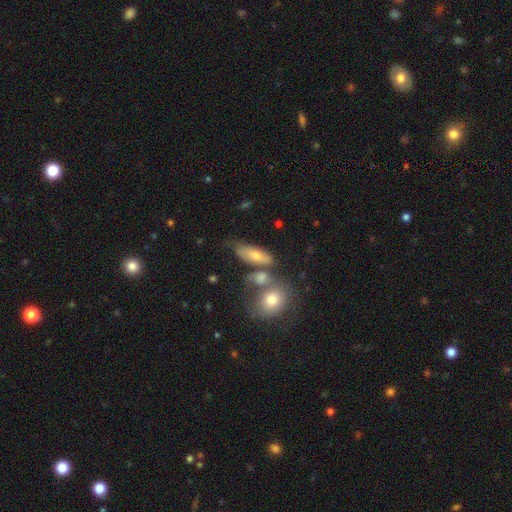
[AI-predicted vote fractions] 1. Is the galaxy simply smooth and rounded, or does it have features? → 69% smooth, 22% featured or disk, 9% star or artifact.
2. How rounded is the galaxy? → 70% in between, 20% cigar-shaped, 10% round.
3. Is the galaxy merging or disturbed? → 45% none, 29% merger, 18% minor disturbance, 8% major disturbance.